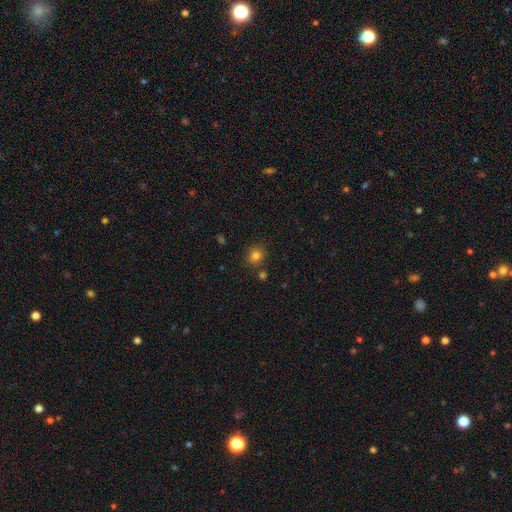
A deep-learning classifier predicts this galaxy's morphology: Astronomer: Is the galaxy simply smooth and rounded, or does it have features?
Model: smooth — 81%.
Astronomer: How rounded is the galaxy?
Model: round — 77%.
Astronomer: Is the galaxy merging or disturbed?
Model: none — 81%.